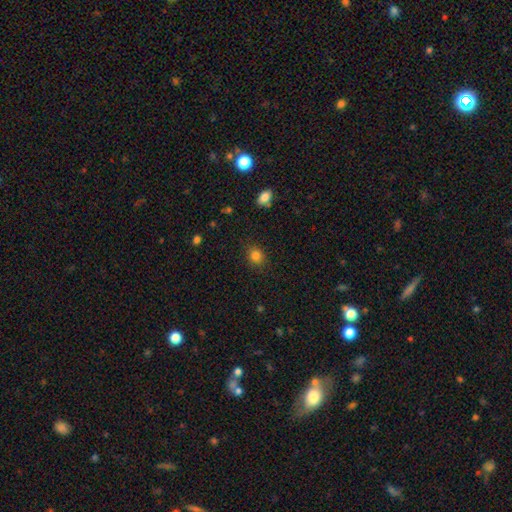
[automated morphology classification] smooth-or-featured: smooth: 83% | star or artifact: 12% | featured or disk: 5%
  how-rounded: round: 63% | in between: 36% | cigar-shaped: 1%
  merging: none: 85% | minor disturbance: 10% | major disturbance: 3% | merger: 1%